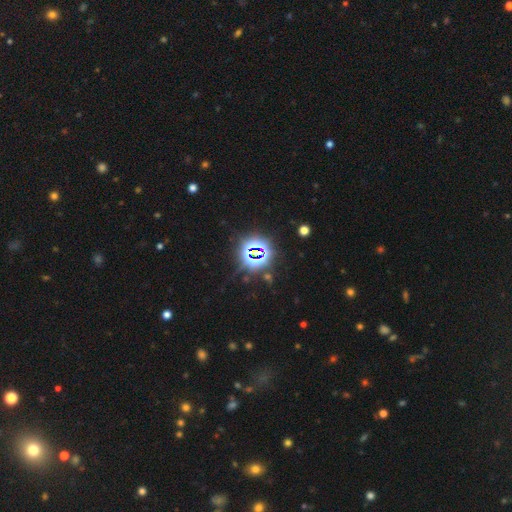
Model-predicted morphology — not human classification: Smooth or featured?
  - star or artifact: 78% *
  - smooth: 14%
  - featured or disk: 9%